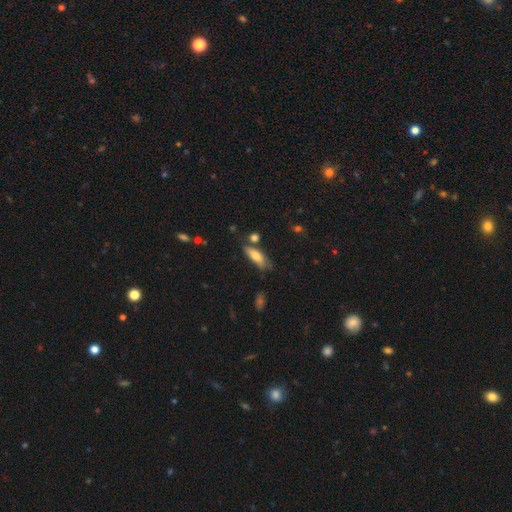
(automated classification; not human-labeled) smooth-or-featured: smooth: 71% | featured or disk: 22% | star or artifact: 7%
  how-rounded: in between: 56% | cigar-shaped: 42% | round: 2%
  merging: none: 60% | minor disturbance: 23% | merger: 10% | major disturbance: 7%